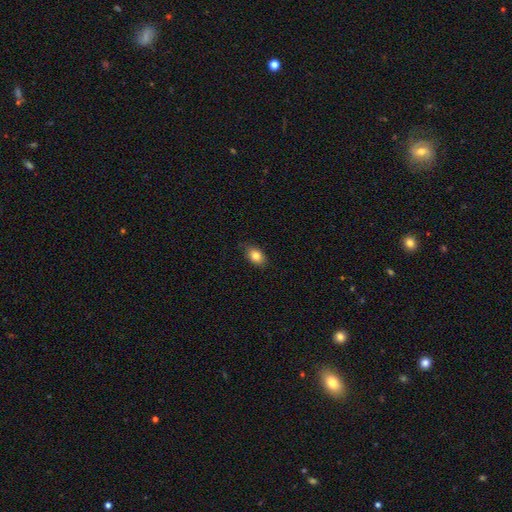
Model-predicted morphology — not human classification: A smooth galaxy with no disk features (82%) that is in between round and cigar-shaped (80%). Merging: none (82%).